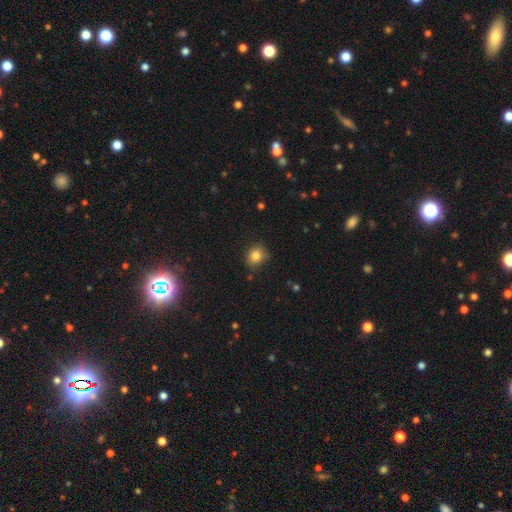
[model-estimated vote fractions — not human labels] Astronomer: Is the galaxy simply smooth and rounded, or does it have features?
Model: smooth — 82%.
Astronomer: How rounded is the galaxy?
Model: round — 61% (runner-up: in between, 38%).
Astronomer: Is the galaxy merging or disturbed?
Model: none — 76%.